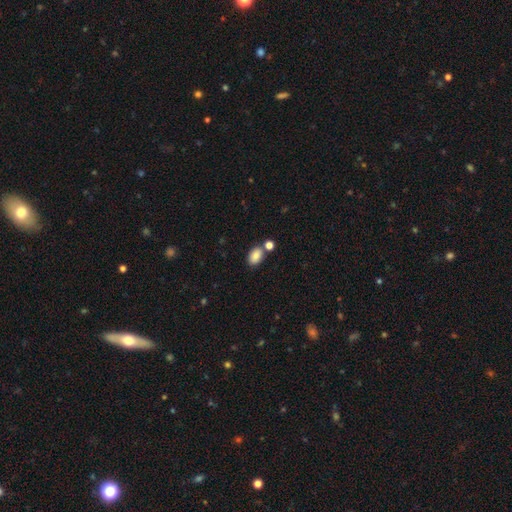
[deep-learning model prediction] smooth-or-featured: smooth: 85% | star or artifact: 9% | featured or disk: 6%
  how-rounded: in between: 85% | round: 13% | cigar-shaped: 1%
  merging: none: 69% | merger: 17% | minor disturbance: 11% | major disturbance: 3%